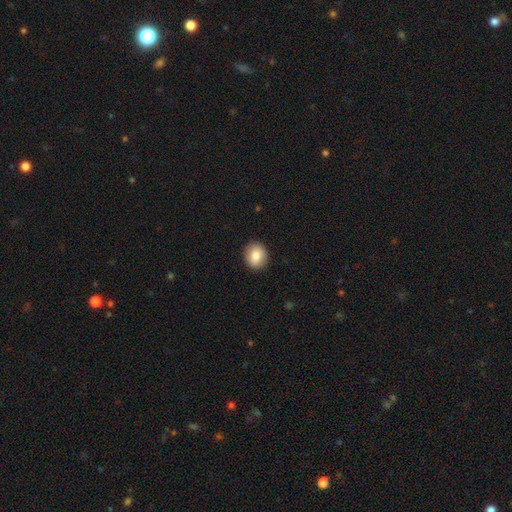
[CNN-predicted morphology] smooth-or-featured: smooth: 85% | star or artifact: 8% | featured or disk: 7%
  how-rounded: round: 67% | in between: 32% | cigar-shaped: 1%
  merging: none: 90% | minor disturbance: 7% | major disturbance: 2% | merger: 1%